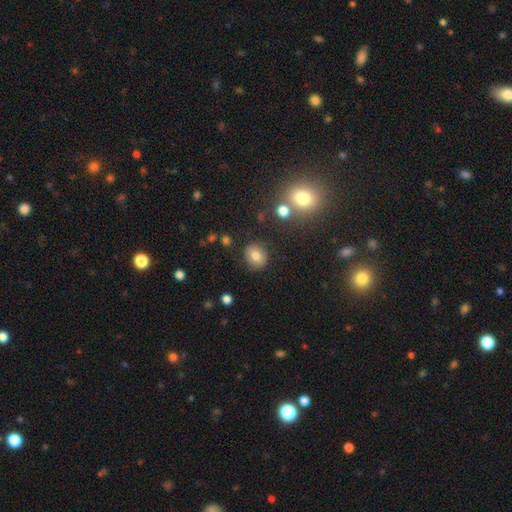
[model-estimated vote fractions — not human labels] This appears to be a smooth galaxy with no disk features (77%) that is round (67%). Merging: none (85%).